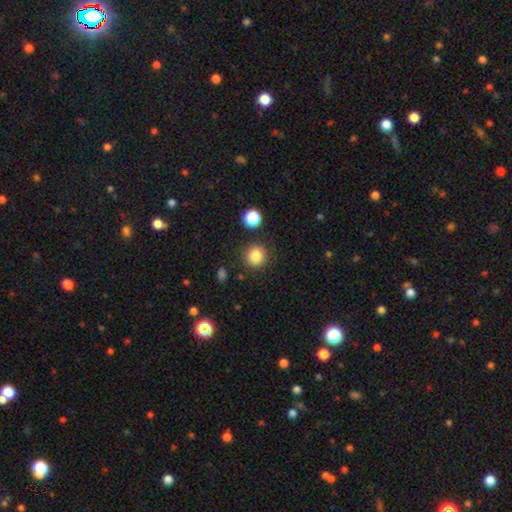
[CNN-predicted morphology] The model was most divided on "smooth or featured": smooth: 84%, star or artifact: 11%, featured or disk: 5%. More confident: how rounded — round (89%); merging — none (86%).